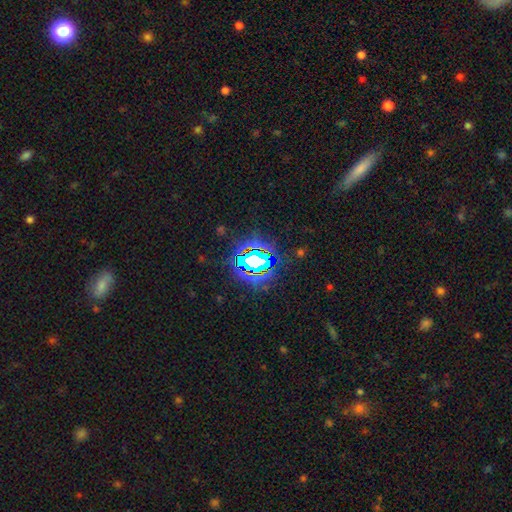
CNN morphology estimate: Smooth or featured? star or artifact (72%)